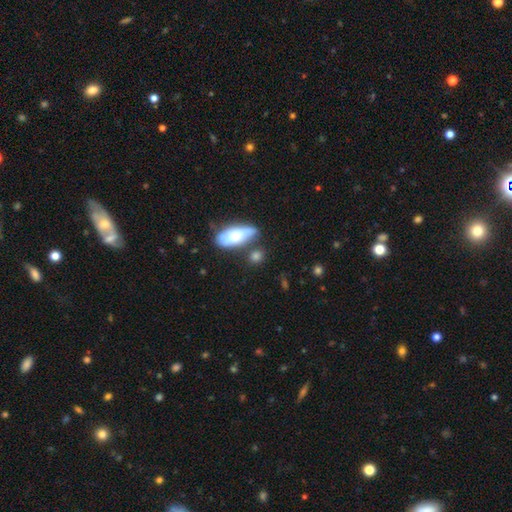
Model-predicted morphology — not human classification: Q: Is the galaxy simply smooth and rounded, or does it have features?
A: smooth — 76%.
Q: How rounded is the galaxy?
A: in between — 47%.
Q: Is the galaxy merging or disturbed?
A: none — 60%.